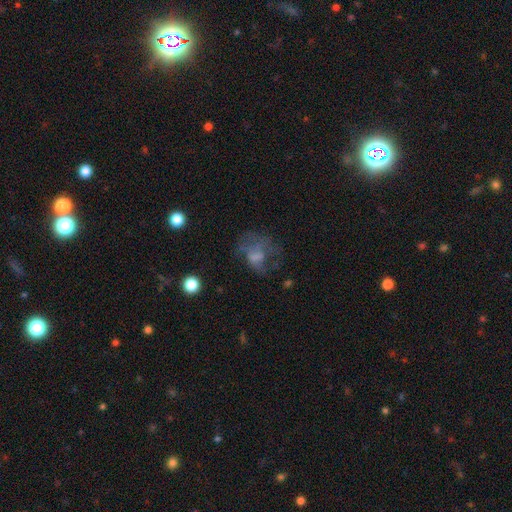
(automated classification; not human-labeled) The model was most divided on "smooth or featured": featured or disk: 43%, smooth: 38%, star or artifact: 19%. Remaining: merging — none (44%).